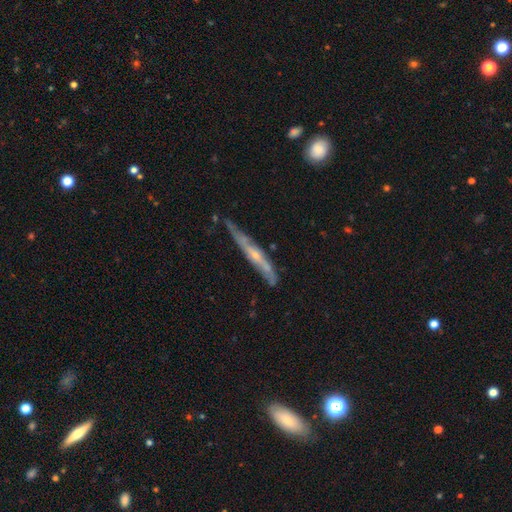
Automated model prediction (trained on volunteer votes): Q: Smooth or featured?
A: featured or disk (71%); runner-up: smooth (23%)
Q: Edge-on disk?
A: yes (82%); runner-up: no (18%)
Q: Edge-on bulge?
A: rounded (53%); runner-up: none (42%)
Q: Merging?
A: none (63%); runner-up: minor disturbance (28%)